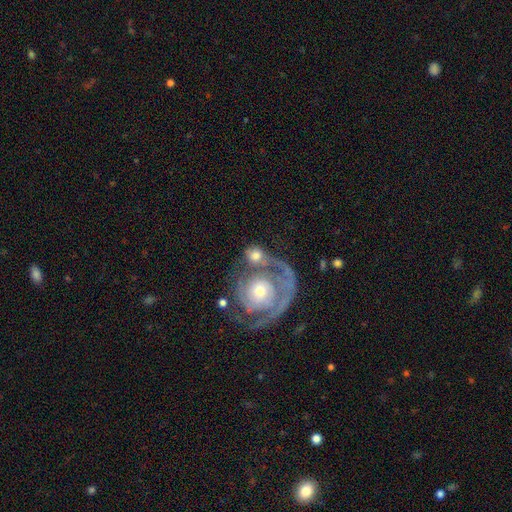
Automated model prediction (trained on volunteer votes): A featured or disk galaxy (51%).

Vote fractions:
- Smooth or featured? featured or disk: 51% / smooth: 43% / star or artifact: 6%
- Edge-on disk? no: 96% / yes: 4%
- Merging? merger: 42% / none: 32% / major disturbance: 13% / minor disturbance: 13%